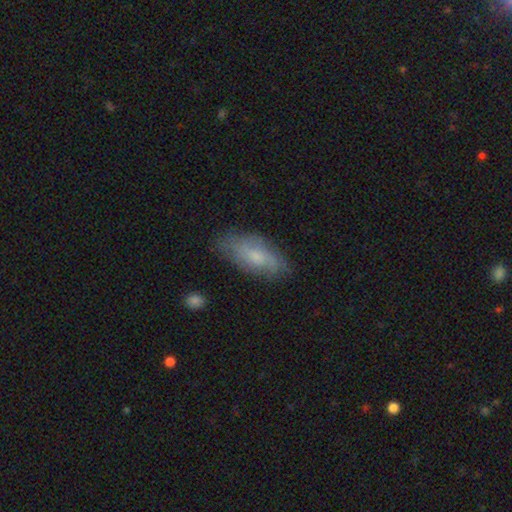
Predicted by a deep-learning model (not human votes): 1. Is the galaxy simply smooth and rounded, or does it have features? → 53% smooth, 40% featured or disk, 7% star or artifact.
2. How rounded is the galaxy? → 83% in between, 14% cigar-shaped, 3% round.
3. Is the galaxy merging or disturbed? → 71% none, 21% minor disturbance, 6% major disturbance, 1% merger.